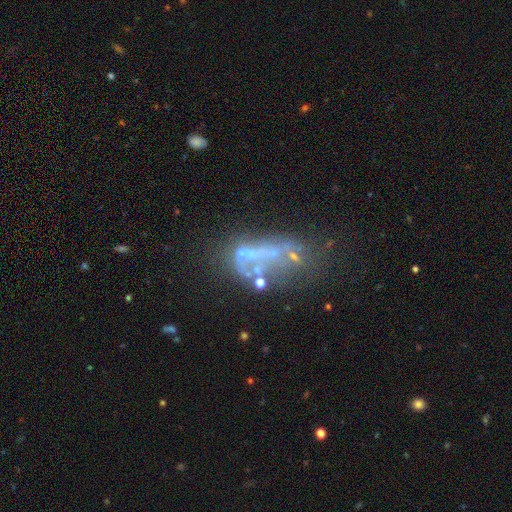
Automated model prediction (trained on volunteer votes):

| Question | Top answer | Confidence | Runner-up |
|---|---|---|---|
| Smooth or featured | featured or disk | 57% | star or artifact (24%) |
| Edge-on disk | no | 93% | yes (7%) |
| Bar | no | 90% | weak (6%) |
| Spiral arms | no | 95% | yes (5%) |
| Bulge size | none | 78% | small (14%) |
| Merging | none | 31% | major disturbance (30%) |